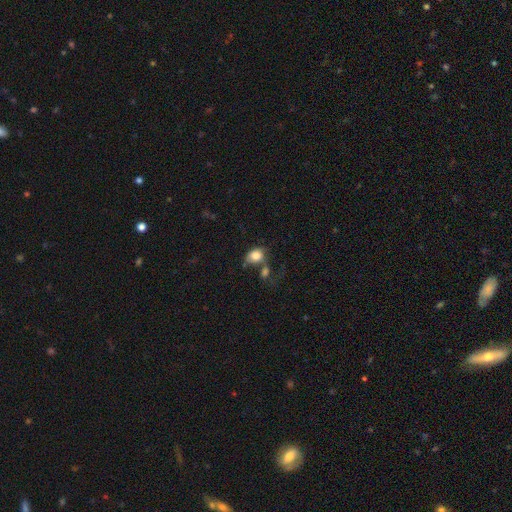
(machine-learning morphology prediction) Smooth or featured? smooth (80%)
How rounded? in between (60%)
Merging? none (33%, tied with merger)